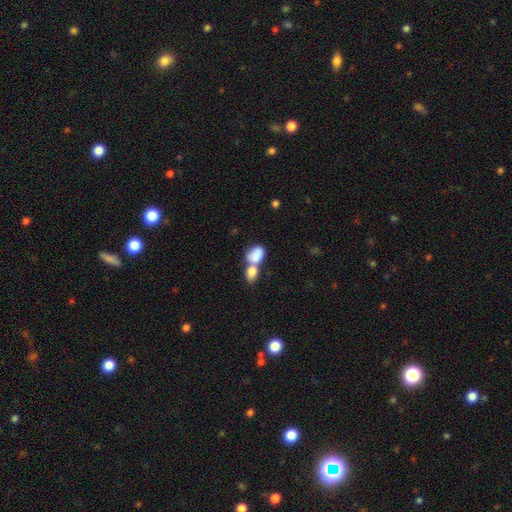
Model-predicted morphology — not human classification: type=smooth (82%); roundness=in between (86%); merging=merger (71%).